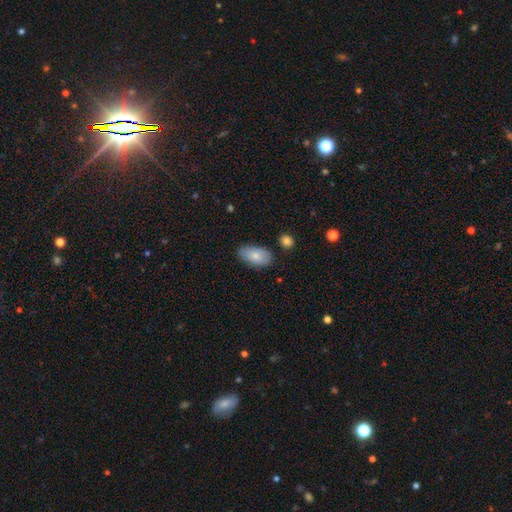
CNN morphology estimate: This is clearly a smooth galaxy (80%). How rounded: clearly in between (94%). Merging: likely none (77%).